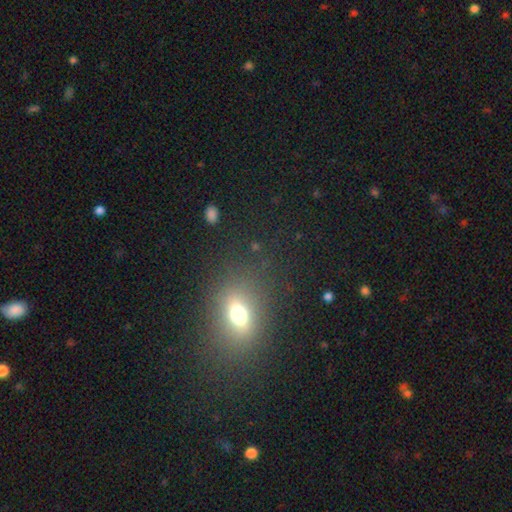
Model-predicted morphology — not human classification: Smooth or featured? Predicted: smooth (p=0.60). How rounded? Predicted: in between (p=0.64). Merging? Predicted: none (p=0.86).